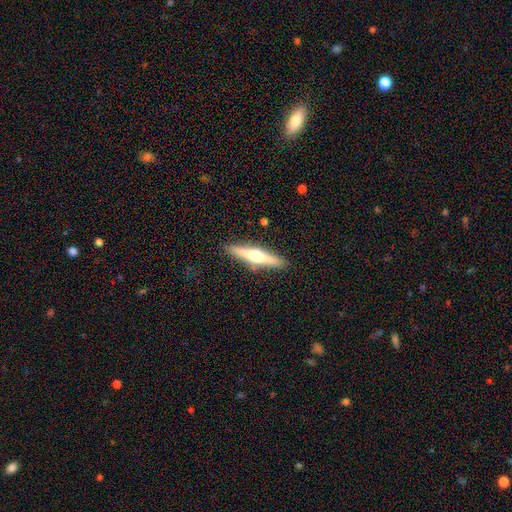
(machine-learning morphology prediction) smooth-or-featured: featured or disk: 63% | smooth: 32% | star or artifact: 6%
  disk-edge-on: yes: 96% | no: 4%
    edge-on-bulge: rounded: 94% | none: 3% | boxy: 3%
  merging: none: 90% | minor disturbance: 7% | major disturbance: 2% | merger: 1%